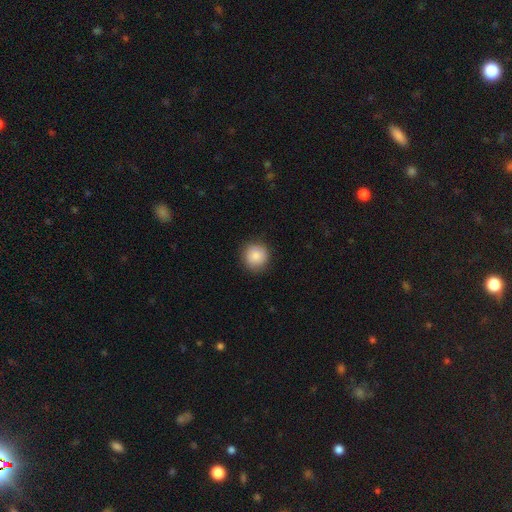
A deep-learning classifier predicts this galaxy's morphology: Smooth or featured: smooth — 85% (star or artifact — 8%)
How rounded: round — 93% (in between — 6%)
Merging: none — 88% (minor disturbance — 9%)